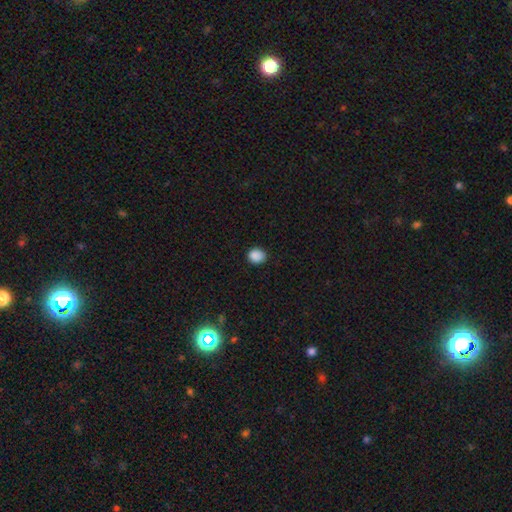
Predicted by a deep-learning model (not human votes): smooth-or-featured: smooth: 88% | star or artifact: 9% | featured or disk: 2%
  how-rounded: round: 72% | in between: 27% | cigar-shaped: 1%
  merging: none: 87% | minor disturbance: 10% | major disturbance: 2% | merger: 1%